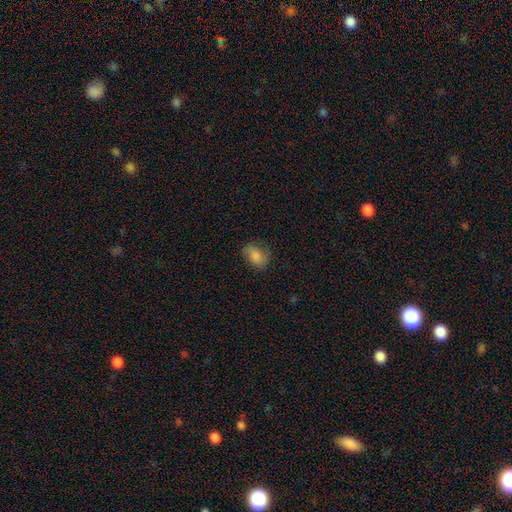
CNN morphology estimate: smooth-or-featured: smooth: 73% | featured or disk: 17% | star or artifact: 10%
  how-rounded: in between: 80% | round: 18% | cigar-shaped: 2%
  merging: none: 70% | minor disturbance: 22% | major disturbance: 7% | merger: 1%